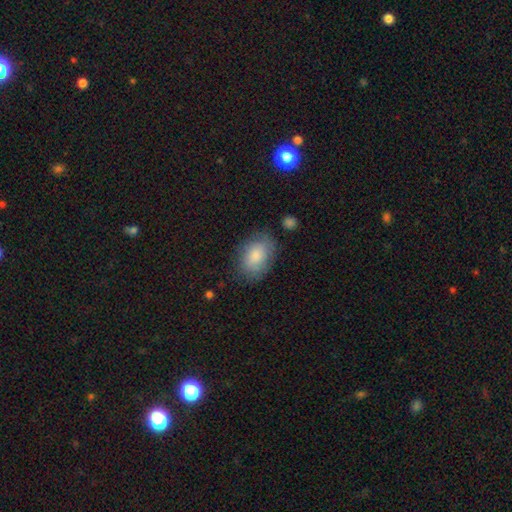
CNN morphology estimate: Overall: smooth (82%). How rounded: in between (84%). Merging: none (73%).